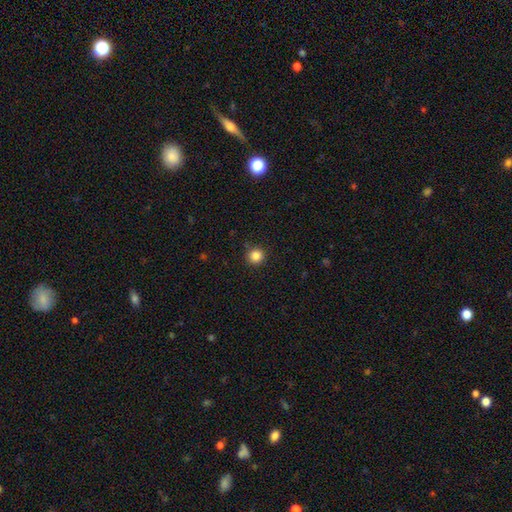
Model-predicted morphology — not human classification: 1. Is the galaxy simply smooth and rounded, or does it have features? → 85% smooth, 11% star or artifact, 4% featured or disk.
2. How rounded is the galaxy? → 94% round, 5% in between, 1% cigar-shaped.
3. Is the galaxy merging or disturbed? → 89% none, 7% minor disturbance, 2% major disturbance, 1% merger.